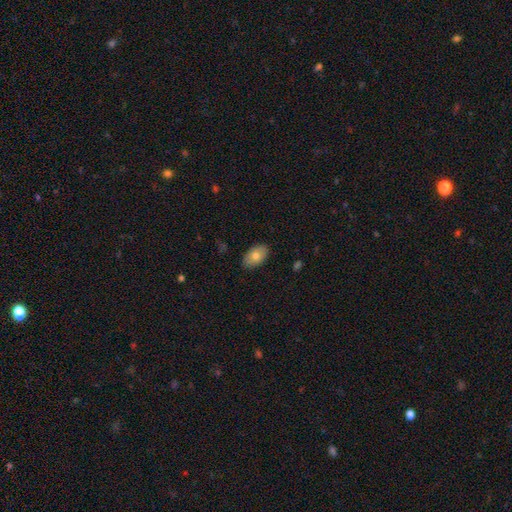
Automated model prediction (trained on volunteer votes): Overall: smooth (77%). How rounded: in between (92%). Merging: none (87%).